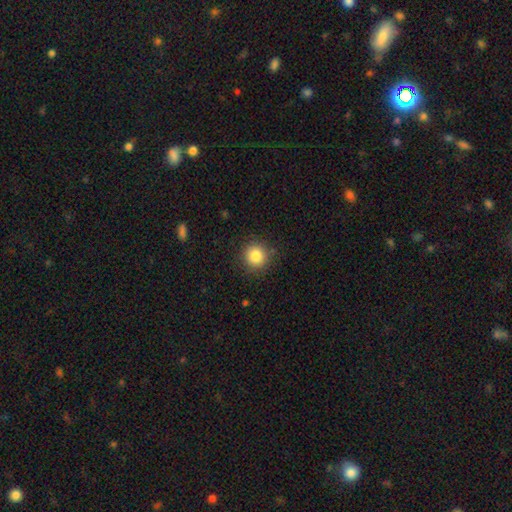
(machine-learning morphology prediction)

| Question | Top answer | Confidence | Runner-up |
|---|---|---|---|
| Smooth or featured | smooth | 84% | star or artifact (10%) |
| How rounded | round | 94% | in between (5%) |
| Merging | none | 88% | minor disturbance (8%) |